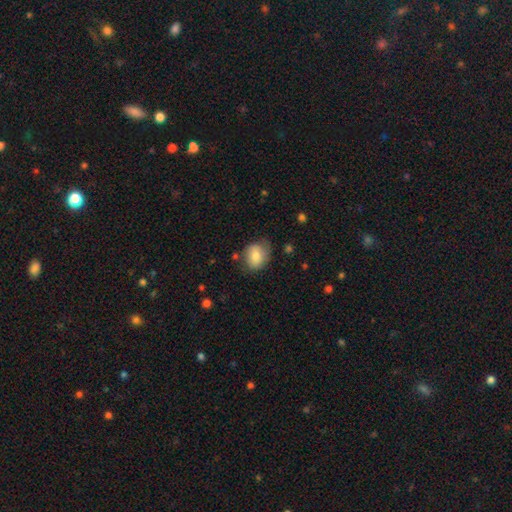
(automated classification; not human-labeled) Overall: smooth (74%). How rounded: in between (50%; round 49%). Merging: none (66%).